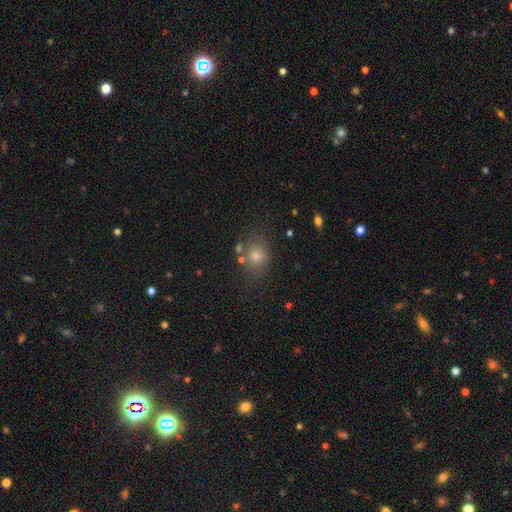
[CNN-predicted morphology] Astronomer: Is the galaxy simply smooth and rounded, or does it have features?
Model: smooth — 70%.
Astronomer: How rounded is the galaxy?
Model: round — 57% (runner-up: in between, 42%).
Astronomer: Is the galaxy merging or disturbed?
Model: none — 75%.